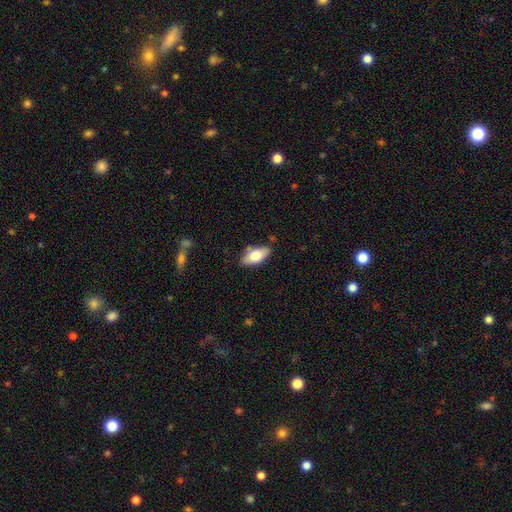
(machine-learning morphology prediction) Q: Smooth or featured?
A: smooth (71%); runner-up: featured or disk (23%)
Q: How rounded?
A: in between (86%); runner-up: cigar-shaped (11%)
Q: Merging?
A: none (82%); runner-up: minor disturbance (13%)